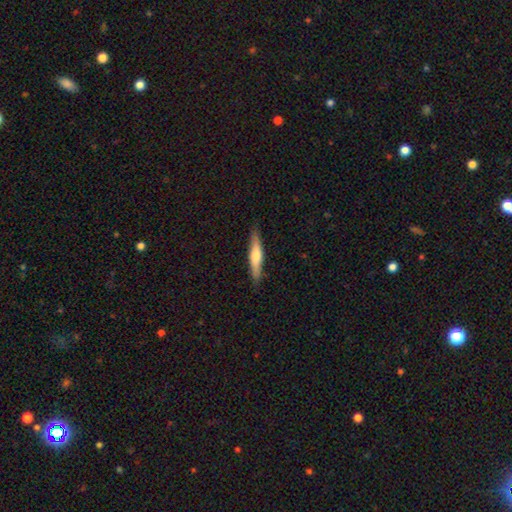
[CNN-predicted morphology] This is possibly a smooth galaxy (49%). Merging: clearly none (88%).